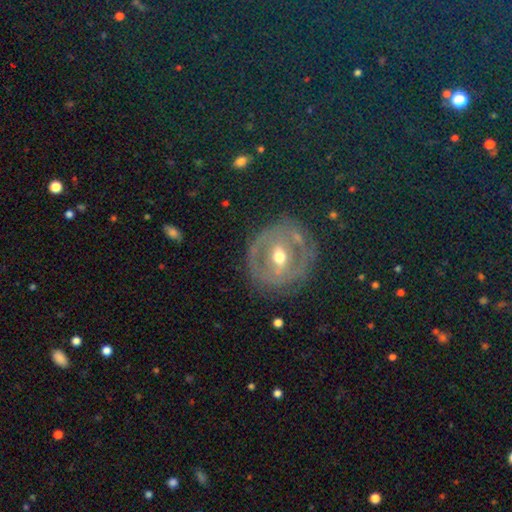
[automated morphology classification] Smooth or featured: featured or disk — 48% (star or artifact — 27%)
Merging: none — 84% (minor disturbance — 10%)